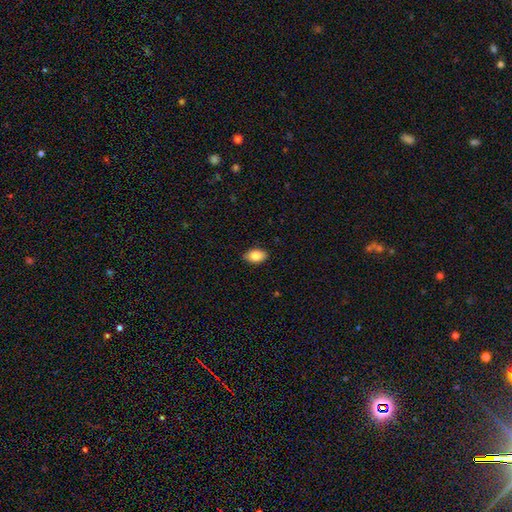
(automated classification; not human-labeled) smooth-or-featured: smooth: 87% | star or artifact: 7% | featured or disk: 5%
  how-rounded: in between: 90% | round: 8% | cigar-shaped: 2%
  merging: none: 87% | minor disturbance: 10% | major disturbance: 2% | merger: 1%